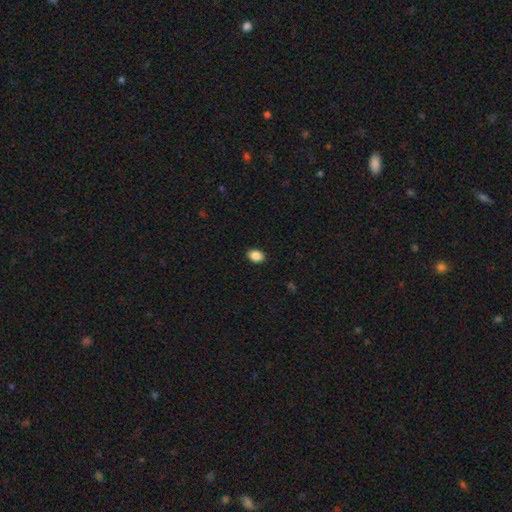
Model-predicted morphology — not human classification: Smooth or featured: smooth — 88% (star or artifact — 8%)
How rounded: in between — 79% (round — 20%)
Merging: none — 90% (minor disturbance — 7%)